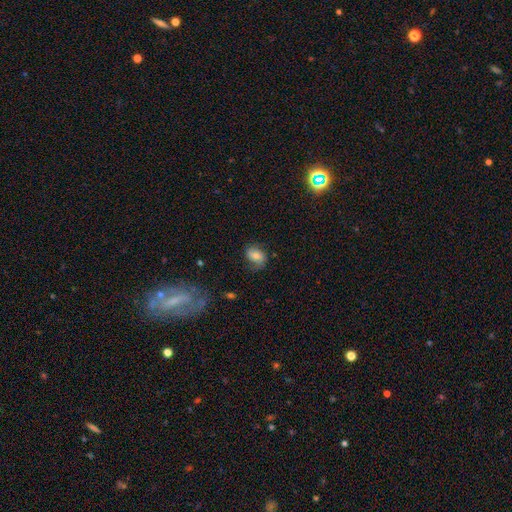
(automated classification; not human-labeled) Morphology: type=smooth (59%); roundness=in between (68%); merging=none (62%).